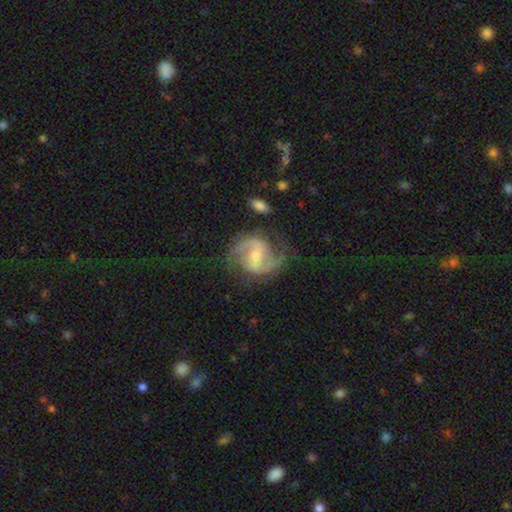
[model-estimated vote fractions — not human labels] Smooth or featured?
  - featured or disk: 89% *
  - smooth: 6%
  - star or artifact: 5%
Edge-on disk?
  - no: 98% *
  - yes: 2%
Bar?
  - weak: 51% *
  - no: 26%
  - strong: 23%
Spiral arms?
  - yes: 97% *
  - no: 3%
Spiral winding?
  - medium: 59% *
  - loose: 23%
  - tight: 18%
Spiral arm count?
  - 2: 91% *
  - can't tell: 3%
  - 3: 2%
  - 1: 1%
  - 4: 1%
  - more than 4: 1%
Bulge size?
  - small: 47% *
  - moderate: 46%
  - none: 4%
  - large: 3%
  - dominant: 1%
Merging?
  - none: 75% *
  - minor disturbance: 16%
  - major disturbance: 7%
  - merger: 2%